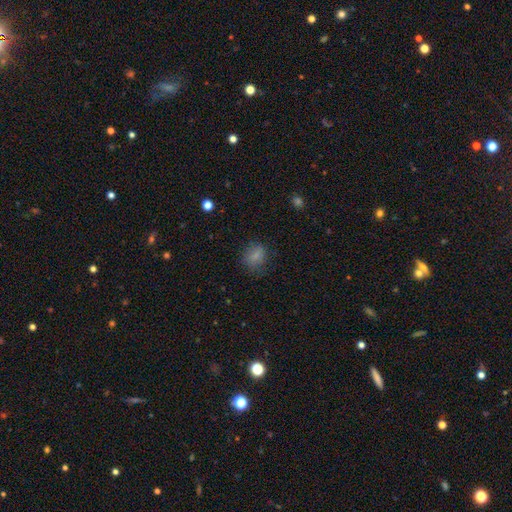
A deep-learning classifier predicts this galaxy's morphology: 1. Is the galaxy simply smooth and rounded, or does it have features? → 80% smooth, 12% star or artifact, 8% featured or disk.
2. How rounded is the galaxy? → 54% round, 45% in between, 1% cigar-shaped.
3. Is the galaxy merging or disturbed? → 72% none, 19% minor disturbance, 7% major disturbance, 1% merger.